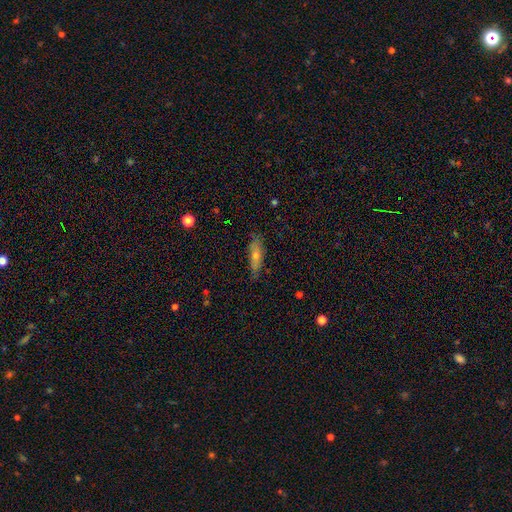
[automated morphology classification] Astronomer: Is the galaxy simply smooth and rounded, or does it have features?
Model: smooth — 53% (runner-up: featured or disk, 37%).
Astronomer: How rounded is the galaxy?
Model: cigar-shaped — 68%.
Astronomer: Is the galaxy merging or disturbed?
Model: none — 79%.